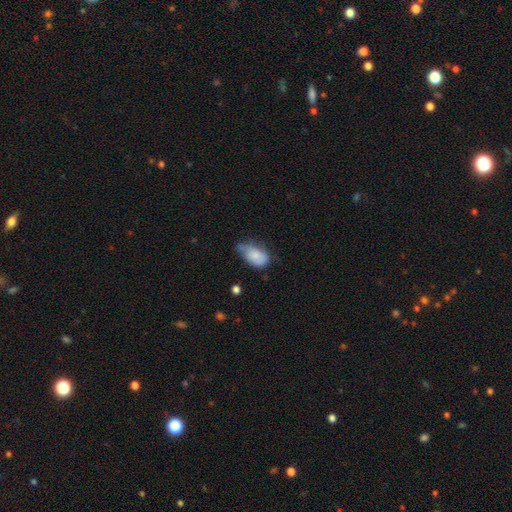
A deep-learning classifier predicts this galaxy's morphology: smooth-or-featured: smooth: 79% | featured or disk: 14% | star or artifact: 8%
  how-rounded: in between: 91% | round: 7% | cigar-shaped: 2%
  merging: minor disturbance: 47% | none: 32% | major disturbance: 15% | merger: 6%